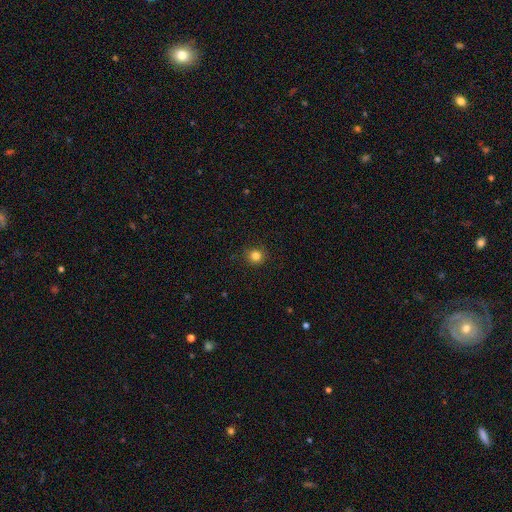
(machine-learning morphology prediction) Overall: smooth (83%). How rounded: round (91%). Merging: none (89%).